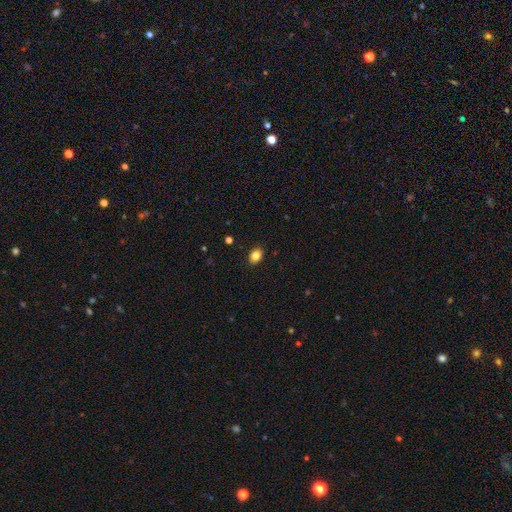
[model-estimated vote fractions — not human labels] Smooth or featured? smooth (84%)
How rounded? in between (71%)
Merging? none (89%)